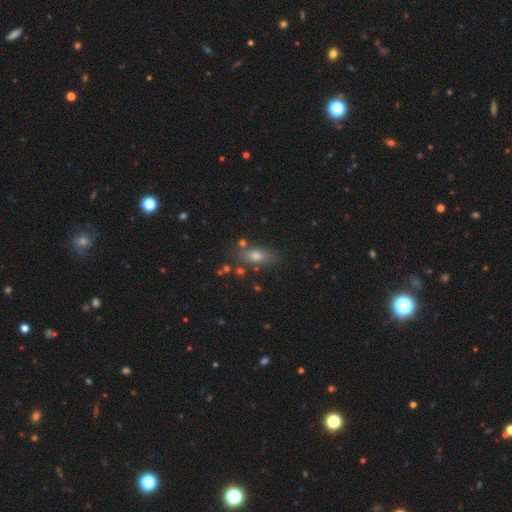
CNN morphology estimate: This is likely a smooth galaxy (70%). How rounded: likely in between (76%). Merging: likely none (74%).